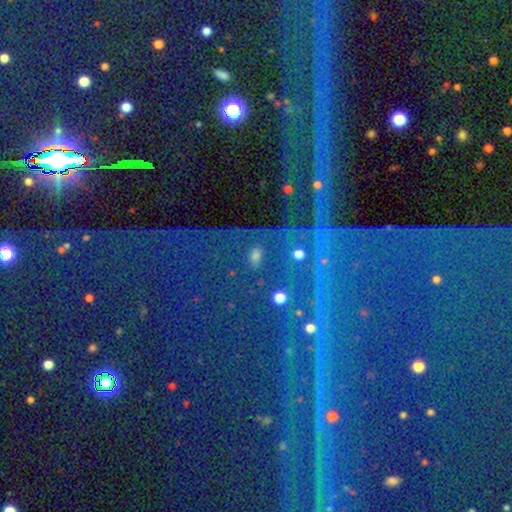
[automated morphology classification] smooth-or-featured: star or artifact: 64% | smooth: 21% | featured or disk: 15%